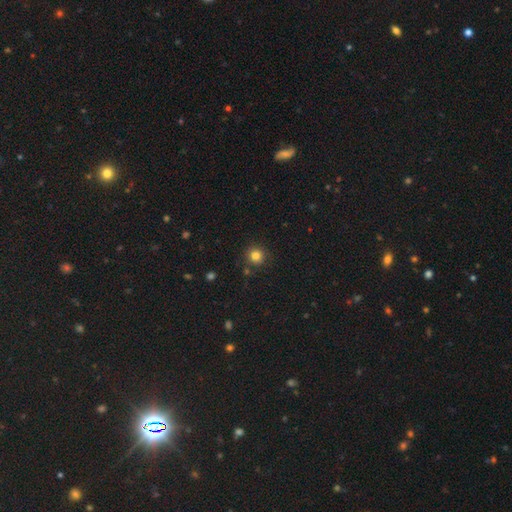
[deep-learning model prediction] Smooth or featured: smooth — 81% (star or artifact — 13%)
How rounded: round — 93% (in between — 6%)
Merging: none — 85% (minor disturbance — 9%)